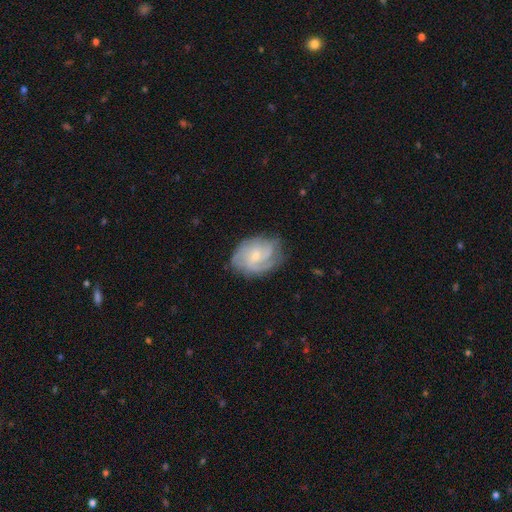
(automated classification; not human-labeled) Smooth or featured: featured or disk — 79% (smooth — 15%)
Edge-on disk: no — 97% (yes — 3%)
Bar: no — 61% (weak — 34%)
Spiral arms: yes — 94% (no — 6%)
Spiral winding: tight — 52% (medium — 38%)
Spiral arm count: 3 — 30% (can't tell — 27%)
Bulge size: small — 67% (moderate — 29%)
Merging: none — 72% (minor disturbance — 20%)